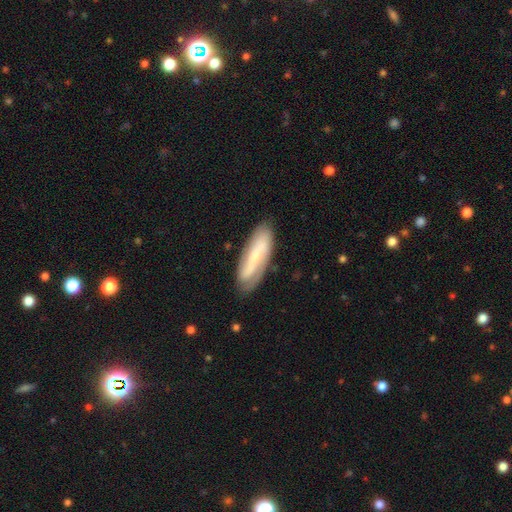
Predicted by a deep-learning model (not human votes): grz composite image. It shows a featured or disk galaxy (55%). Merging: none (75%).